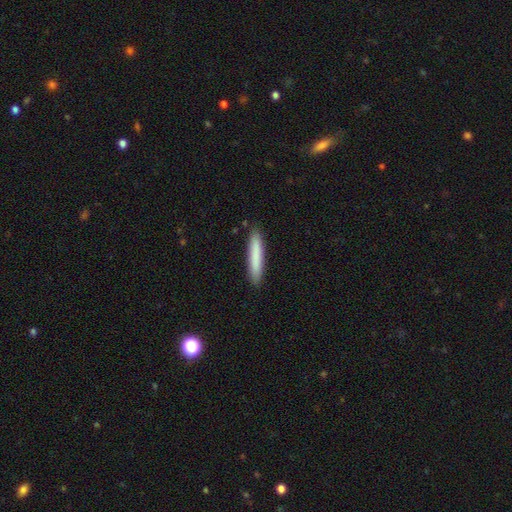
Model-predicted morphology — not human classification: smooth_or_featured: smooth (p=0.82) [alt: featured or disk p=0.12]
how_rounded: cigar-shaped (p=0.93) [alt: in between p=0.06]
merging: none (p=0.90) [alt: minor disturbance p=0.08]